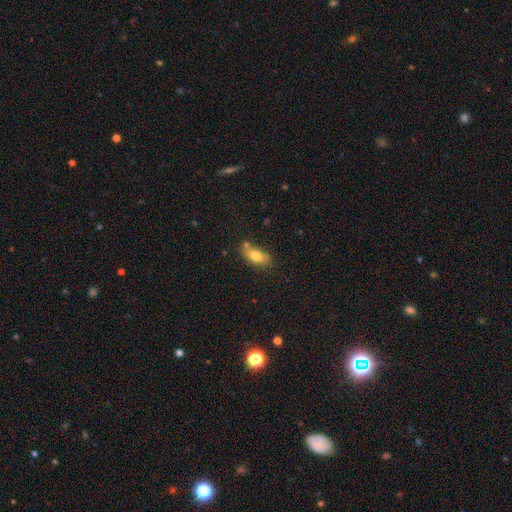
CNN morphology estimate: Q: Smooth or featured?
A: smooth (76%); runner-up: featured or disk (15%)
Q: How rounded?
A: in between (84%); runner-up: cigar-shaped (10%)
Q: Merging?
A: none (65%); runner-up: minor disturbance (19%)